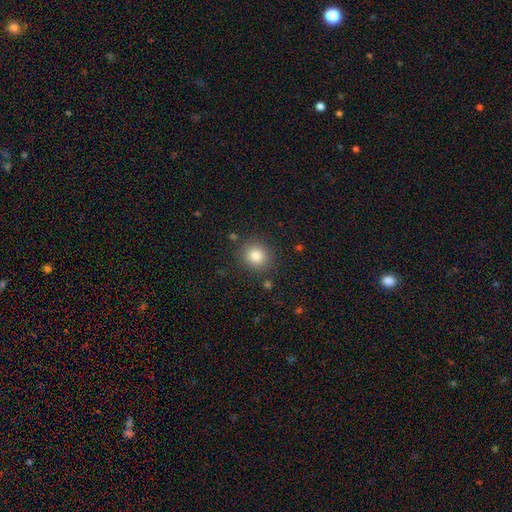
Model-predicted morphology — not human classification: A smooth galaxy with no disk features (82%) that is round (82%).

Vote fractions:
- Smooth or featured? smooth: 82% / star or artifact: 11% / featured or disk: 7%
- How rounded? round: 82% / in between: 17% / cigar-shaped: 1%
- Merging? none: 86% / minor disturbance: 9% / major disturbance: 3% / merger: 2%